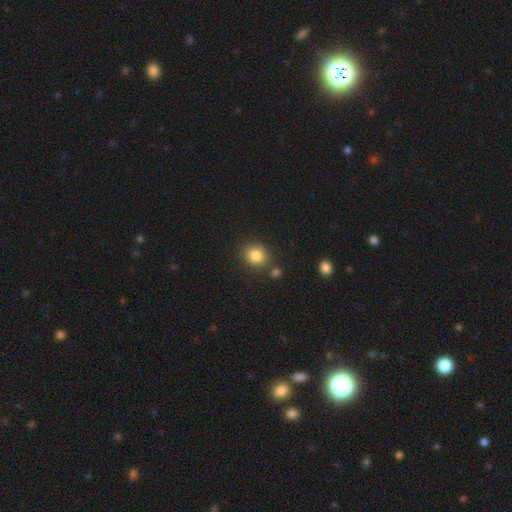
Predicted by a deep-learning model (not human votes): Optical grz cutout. It shows a smooth galaxy with no disk features (84%) that is round (67%). Merging: none (77%).